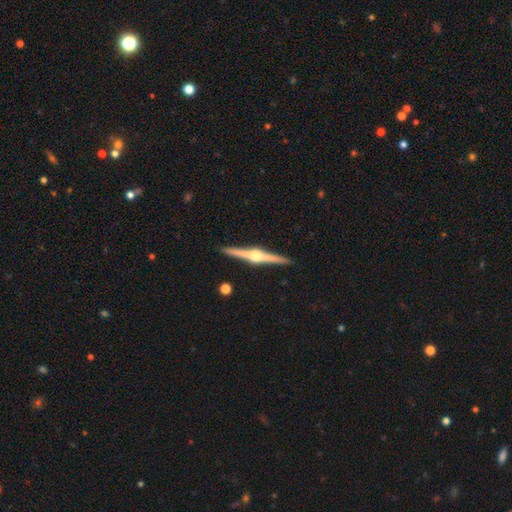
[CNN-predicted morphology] This appears to be a featured or disk galaxy (87%) viewed edge-on (99%) with a rounded central bulge (94%). Merging: none (93%).